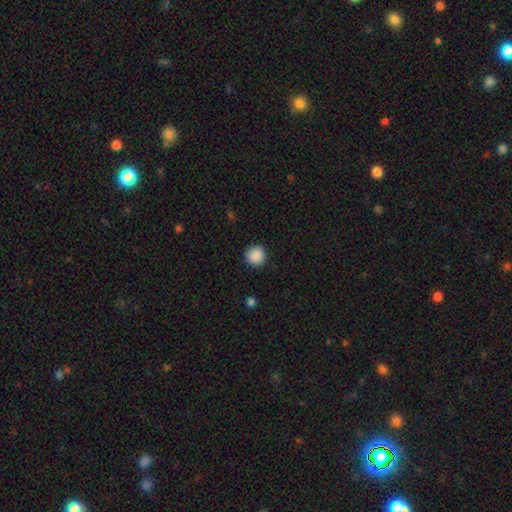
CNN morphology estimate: Smooth or featured? smooth (89%)
How rounded? round (94%)
Merging? none (92%)